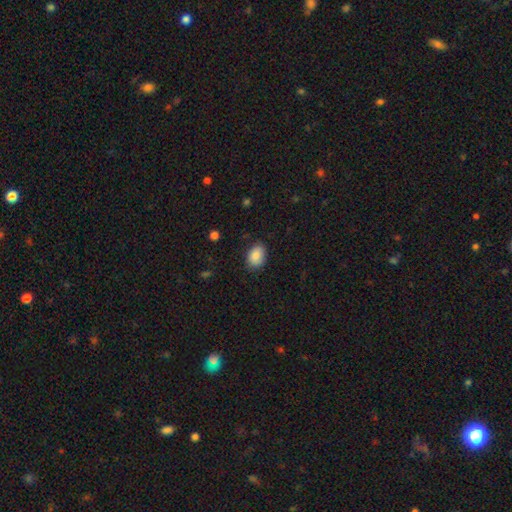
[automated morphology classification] smooth 86%, star or artifact 7%, featured or disk 6%. Down the decision tree: how rounded — in between (81%); merging — none (80%).